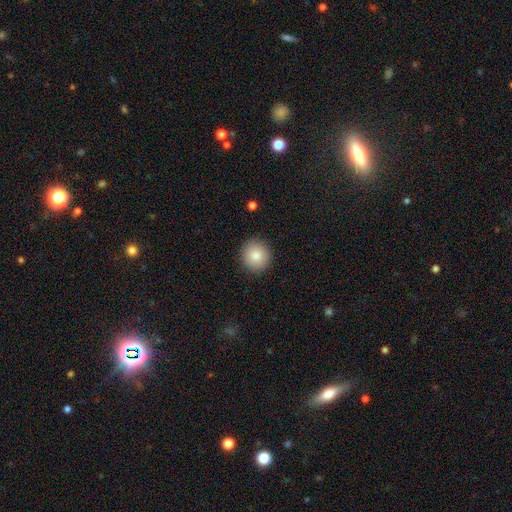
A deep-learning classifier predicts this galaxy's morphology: type=smooth (85%); roundness=round (93%); merging=none (91%).